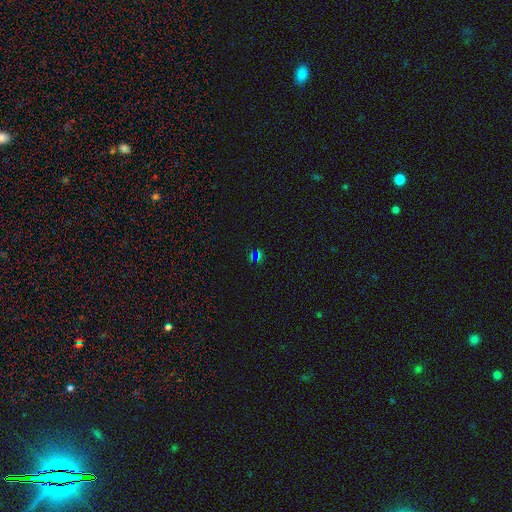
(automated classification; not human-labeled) Smooth or featured: star or artifact — 55% (smooth — 32%)